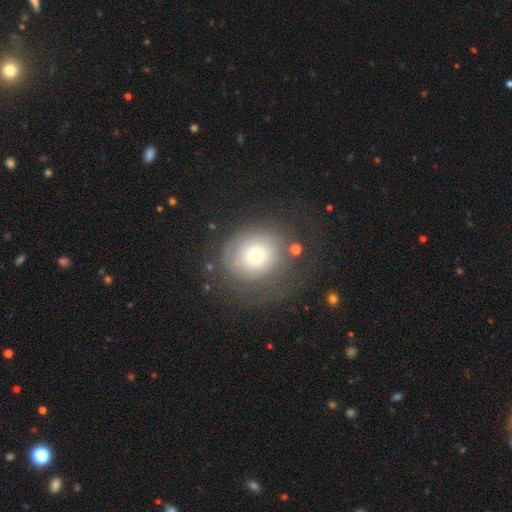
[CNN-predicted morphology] smooth_or_featured: smooth (p=0.48) [alt: featured or disk p=0.42]
merging: none (p=0.58) [alt: major disturbance p=0.20]